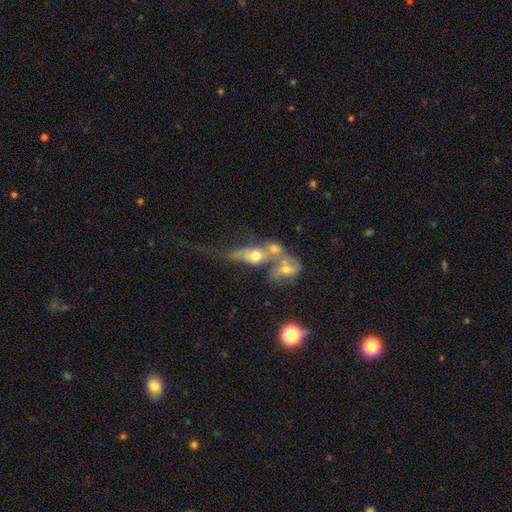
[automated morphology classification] Smooth or featured?
  - smooth: 46% *
  - featured or disk: 41%
  - star or artifact: 13%
Merging?
  - merger: 69% *
  - none: 13%
  - major disturbance: 11%
  - minor disturbance: 7%